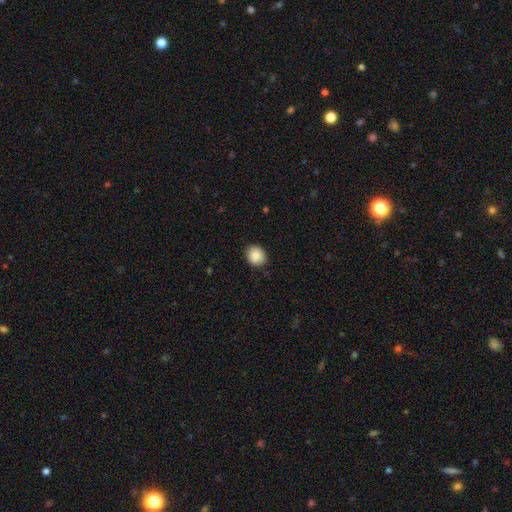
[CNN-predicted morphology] smooth 88%, star or artifact 8%, featured or disk 4%. Down the decision tree: how rounded — round (69%); merging — none (85%).